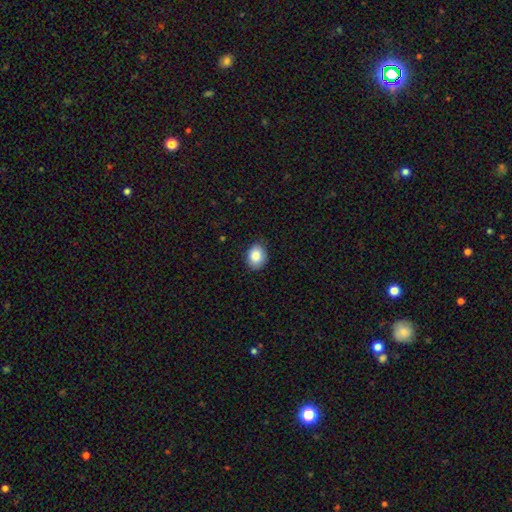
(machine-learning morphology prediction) Overall: smooth (87%). How rounded: in between (56%; round 44%). Merging: none (85%).